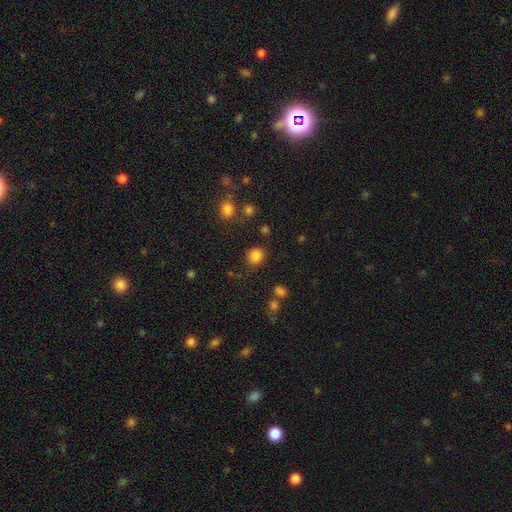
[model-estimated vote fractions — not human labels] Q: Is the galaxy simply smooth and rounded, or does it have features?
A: smooth — 83%.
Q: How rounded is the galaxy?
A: round — 84%.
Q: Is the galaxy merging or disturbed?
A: none — 81%.